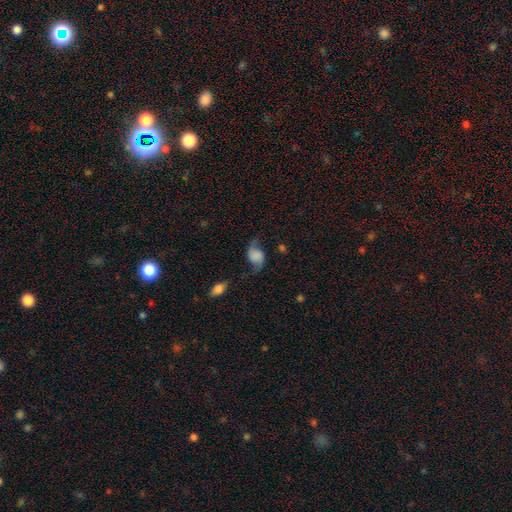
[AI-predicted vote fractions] This is possibly a featured or disk galaxy (60%). It is clearly not viewed edge-on (96%). Bar: likely no (67%). Spiral arm pattern: clearly yes (92%). Spiral arm count: clearly 2 (91%). Spiral winding: clearly loose (82%). Central bulge: marginally none (41%). Merging: likely none (60%).